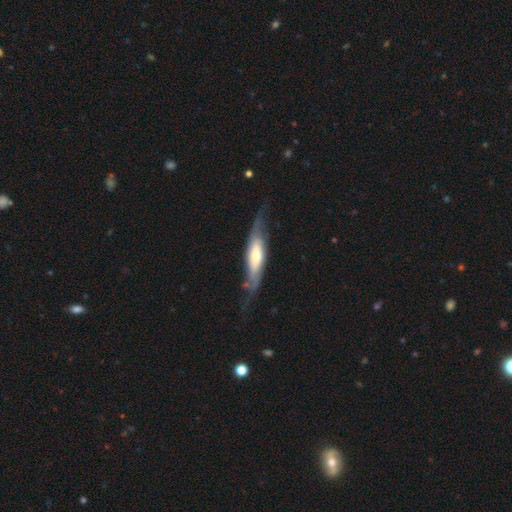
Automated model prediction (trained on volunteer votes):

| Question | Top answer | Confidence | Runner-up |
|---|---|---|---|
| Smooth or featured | featured or disk | 66% | smooth (29%) |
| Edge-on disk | no | 55% | yes (45%) |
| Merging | none | 60% | minor disturbance (24%) |